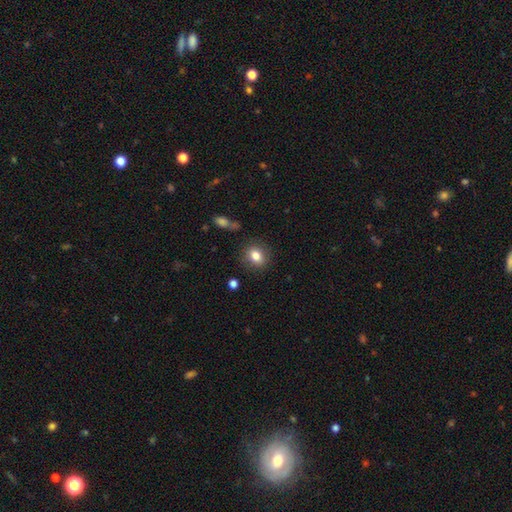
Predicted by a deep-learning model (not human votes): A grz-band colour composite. It shows a smooth galaxy with no disk features (82%) that is round (59%). Merging: none (85%).